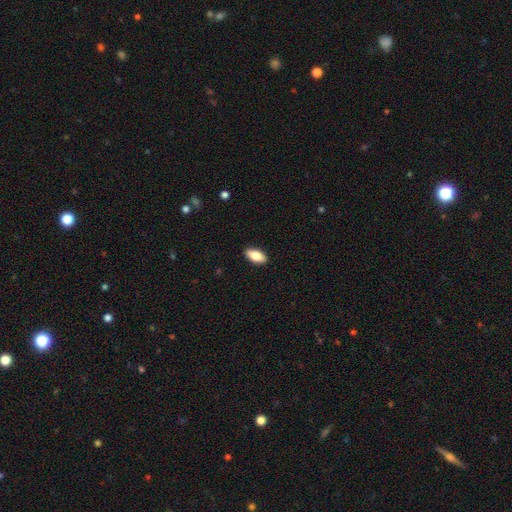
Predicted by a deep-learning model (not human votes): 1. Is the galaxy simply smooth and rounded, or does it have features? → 80% smooth, 13% featured or disk, 6% star or artifact.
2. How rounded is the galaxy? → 88% in between, 9% cigar-shaped, 3% round.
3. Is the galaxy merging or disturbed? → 89% none, 8% minor disturbance, 2% major disturbance, 1% merger.